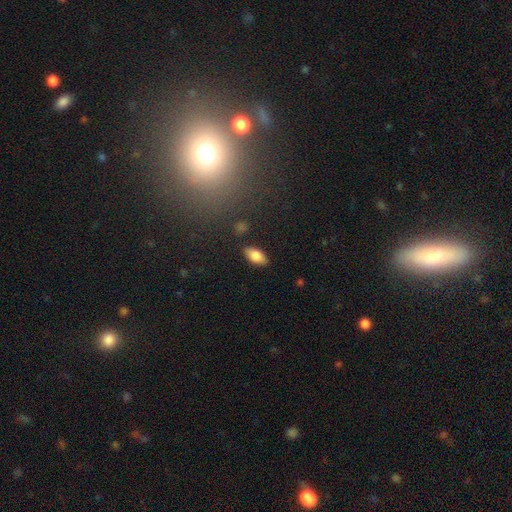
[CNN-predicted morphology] smooth-or-featured: smooth: 81% | featured or disk: 12% | star or artifact: 7%
  how-rounded: in between: 90% | cigar-shaped: 7% | round: 3%
  merging: none: 86% | minor disturbance: 10% | major disturbance: 2% | merger: 2%